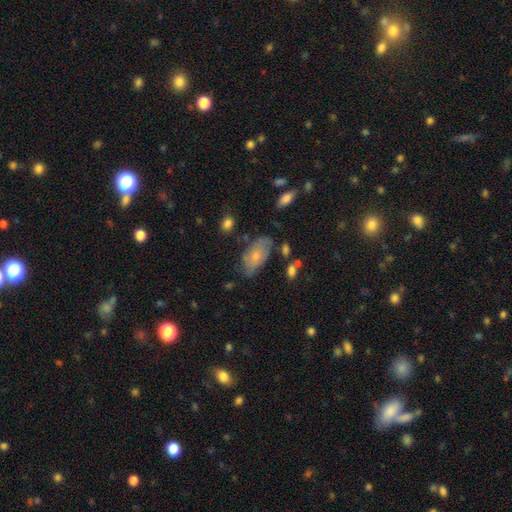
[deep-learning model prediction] Q: Smooth or featured?
A: smooth (62%); runner-up: featured or disk (31%)
Q: How rounded?
A: in between (92%); runner-up: round (4%)
Q: Merging?
A: none (62%); runner-up: minor disturbance (26%)